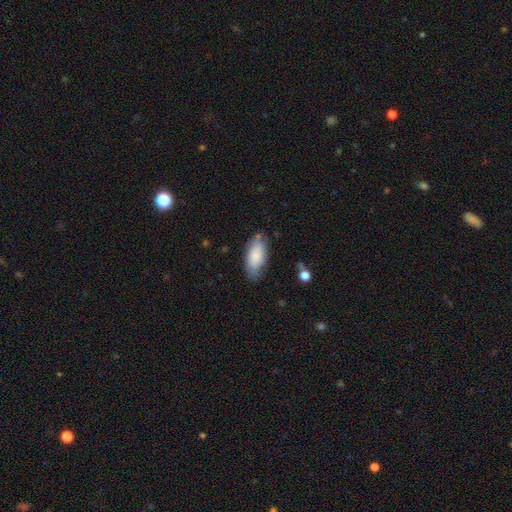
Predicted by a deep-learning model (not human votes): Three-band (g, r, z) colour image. It shows a smooth galaxy with no disk features (80%) that is in between round and cigar-shaped (89%). Merging: none (69%).